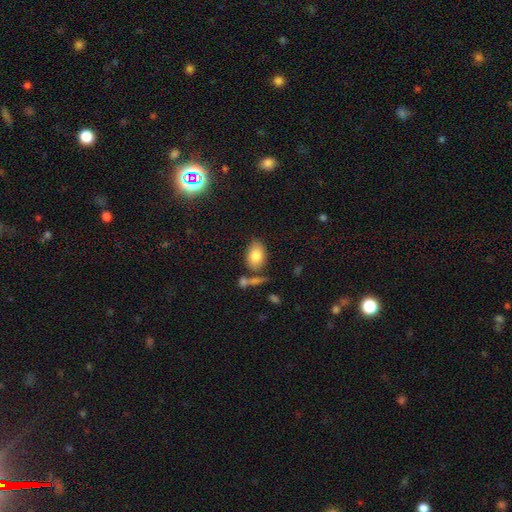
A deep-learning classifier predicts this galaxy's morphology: smooth_or_featured: smooth (p=0.80) [alt: featured or disk p=0.12]
how_rounded: in between (p=0.85) [alt: round p=0.13]
merging: none (p=0.66) [alt: minor disturbance p=0.16]